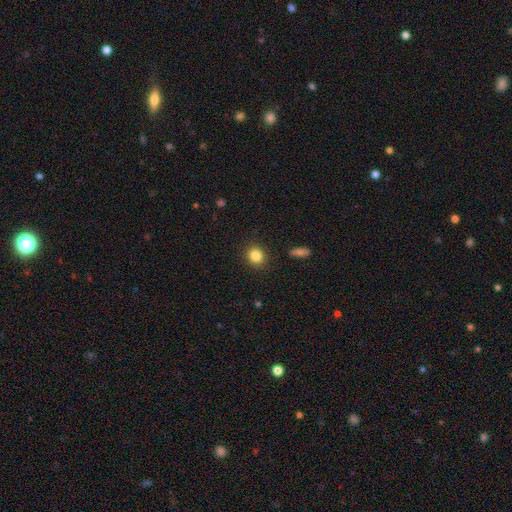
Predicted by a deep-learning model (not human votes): Smooth or featured? smooth (84%)
How rounded? round (73%)
Merging? none (89%)